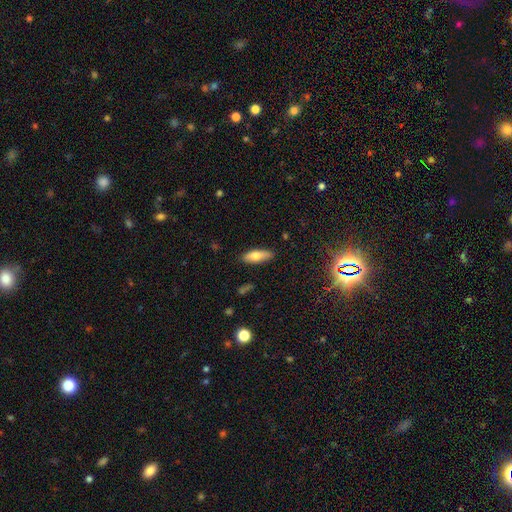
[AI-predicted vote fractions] smooth_or_featured: smooth (p=0.71) [alt: featured or disk p=0.22]
how_rounded: in between (p=0.60) [alt: cigar-shaped p=0.38]
merging: none (p=0.86) [alt: minor disturbance p=0.11]